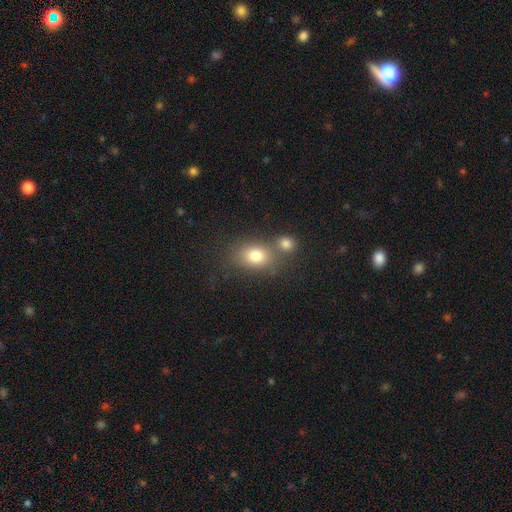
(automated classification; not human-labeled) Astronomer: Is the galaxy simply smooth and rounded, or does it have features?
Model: smooth — 77%.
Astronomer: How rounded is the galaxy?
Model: in between — 60% (runner-up: round, 38%).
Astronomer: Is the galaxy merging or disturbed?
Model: none — 51% (runner-up: merger, 32%).